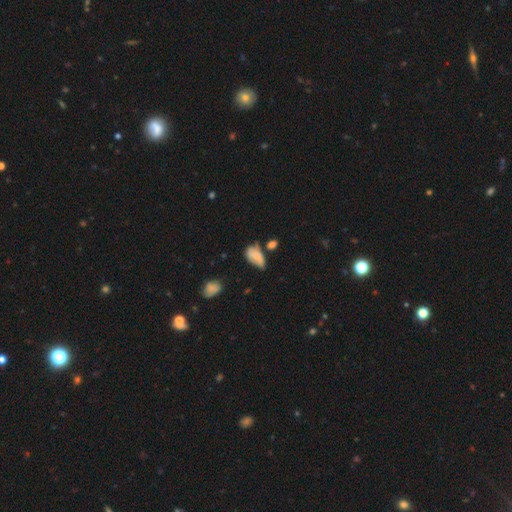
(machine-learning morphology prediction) smooth_or_featured: smooth (p=0.69) [alt: featured or disk p=0.21]
how_rounded: in between (p=0.89) [alt: round p=0.08]
merging: minor disturbance (p=0.39) [alt: none p=0.31]